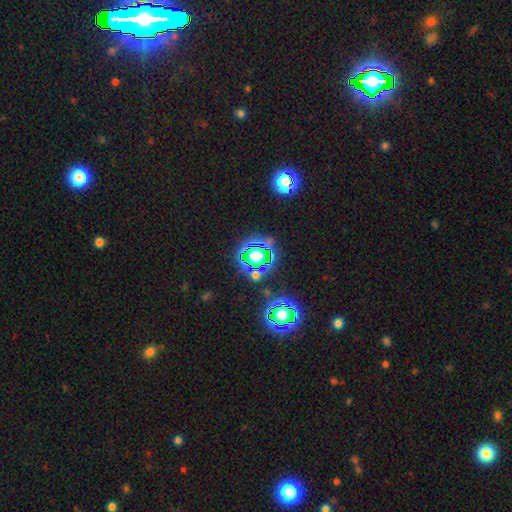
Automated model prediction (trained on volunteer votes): Smooth or featured? Predicted: star or artifact (p=0.60).